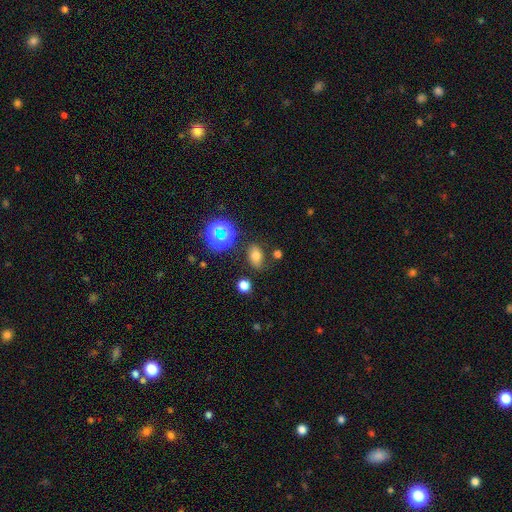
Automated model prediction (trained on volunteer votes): Morphology: type=smooth (66%); roundness=in between (77%); merging=none (76%).